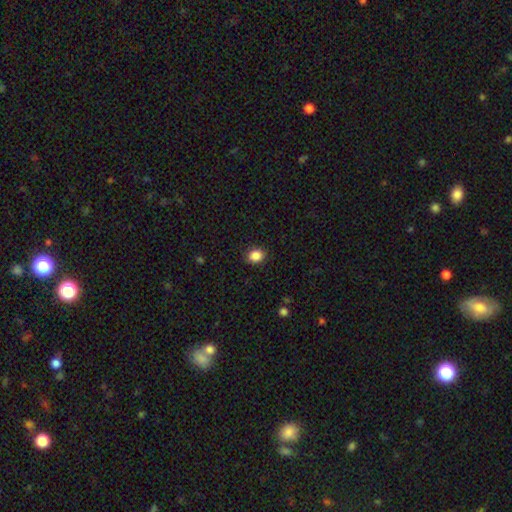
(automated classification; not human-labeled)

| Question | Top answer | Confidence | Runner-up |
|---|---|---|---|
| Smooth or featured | smooth | 87% | star or artifact (10%) |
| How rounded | round | 57% | in between (42%) |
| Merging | none | 88% | minor disturbance (8%) |